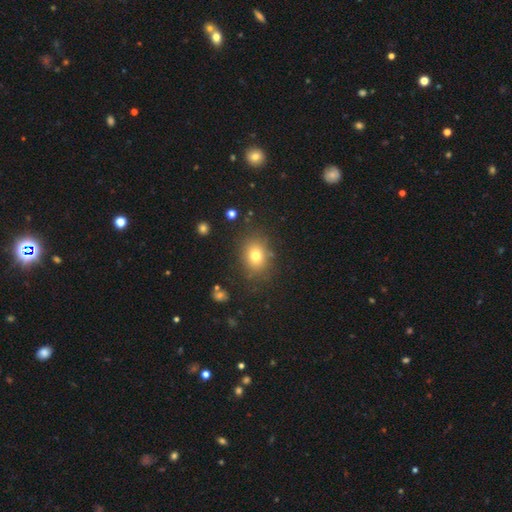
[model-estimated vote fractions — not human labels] A smooth galaxy with no disk features (75%) that is in between round and cigar-shaped (50%, tied with round).

Vote fractions:
- Smooth or featured? smooth: 75% / star or artifact: 14% / featured or disk: 11%
- How rounded? in between: 50% (tied) / round: 50% (tied) / cigar-shaped: 1%
- Merging? none: 82% / minor disturbance: 11% / major disturbance: 4% / merger: 2%